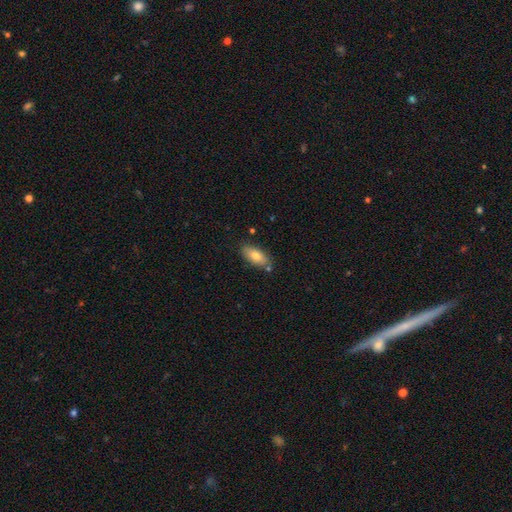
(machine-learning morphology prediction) smooth 78%, featured or disk 15%, star or artifact 7%. Down the decision tree: how rounded — in between (89%); merging — none (78%).